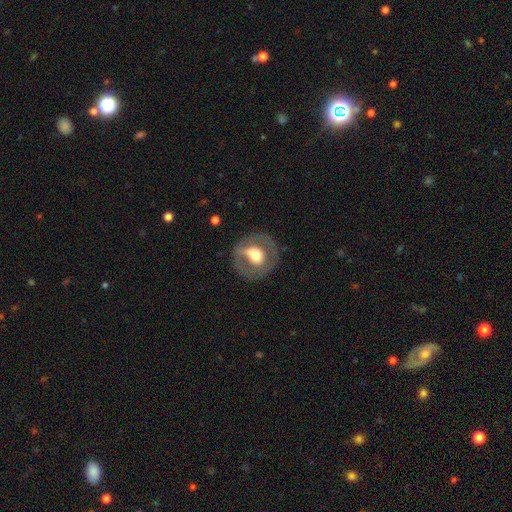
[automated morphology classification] A featured or disk galaxy (54%) with no bar (54%), no spiral arms (75%) and a moderate central bulge (51%).

Vote fractions:
- Smooth or featured? featured or disk: 54% / smooth: 39% / star or artifact: 6%
- Edge-on disk? no: 94% / yes: 6%
- Bar? no: 54% / weak: 28% / strong: 18%
- Spiral arms? no: 75% / yes: 25%
- Bulge size? moderate: 51% / large: 37% / small: 7% / dominant: 4% / none: 2%
- Merging? none: 69% / minor disturbance: 17% / major disturbance: 12% / merger: 2%